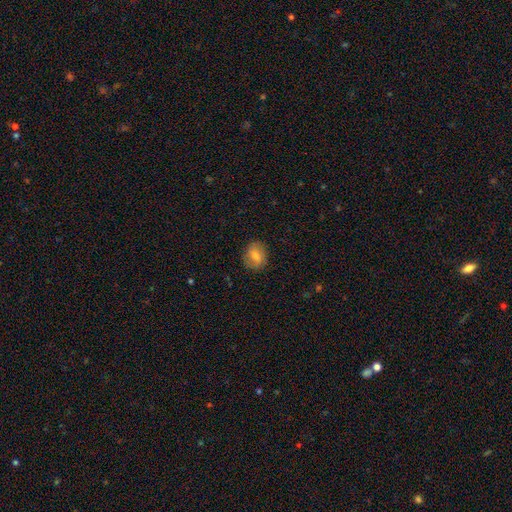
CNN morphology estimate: Smooth or featured: smooth — 77% (featured or disk — 15%)
How rounded: round — 53% (in between — 46%)
Merging: none — 83% (minor disturbance — 12%)